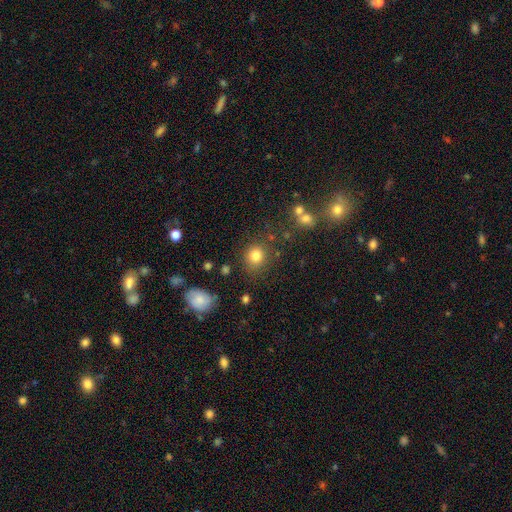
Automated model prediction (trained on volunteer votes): Morphology: type=smooth (81%); roundness=round (81%); merging=none (79%).